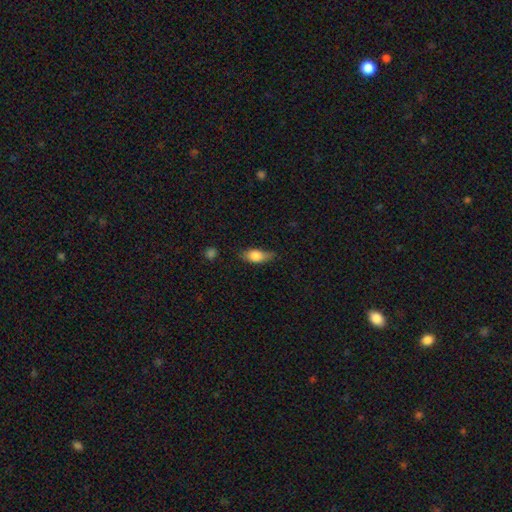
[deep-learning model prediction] Morphology: type=smooth (78%); roundness=in between (80%); merging=none (62%).